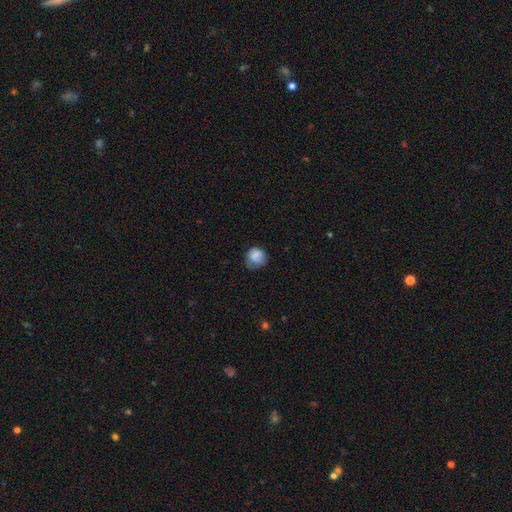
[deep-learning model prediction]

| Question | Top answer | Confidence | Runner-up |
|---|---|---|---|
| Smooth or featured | smooth | 81% | featured or disk (11%) |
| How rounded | round | 82% | in between (17%) |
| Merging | none | 54% | minor disturbance (32%) |